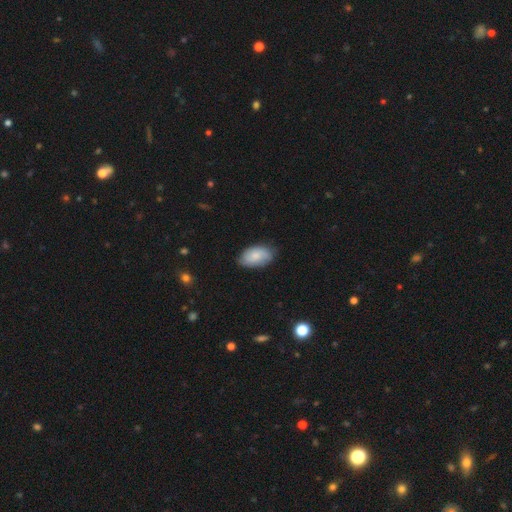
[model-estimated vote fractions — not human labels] Morphology: type=smooth (76%); roundness=in between (94%); merging=none (75%).